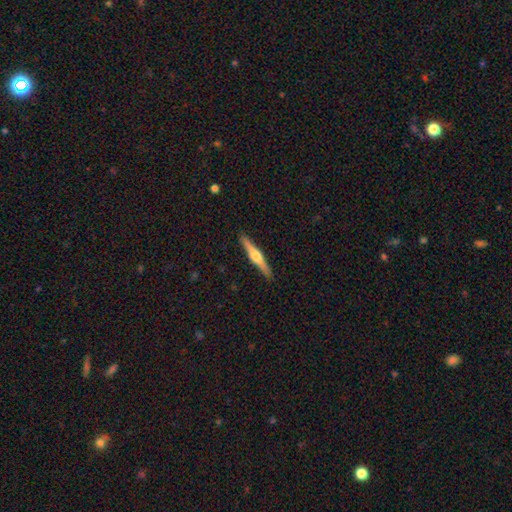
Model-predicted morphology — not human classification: Smooth or featured? Predicted: featured or disk (p=0.66). Edge-on disk? Predicted: yes (p=0.98). Edge-on bulge? Predicted: rounded (p=0.91). Merging? Predicted: none (p=0.91).